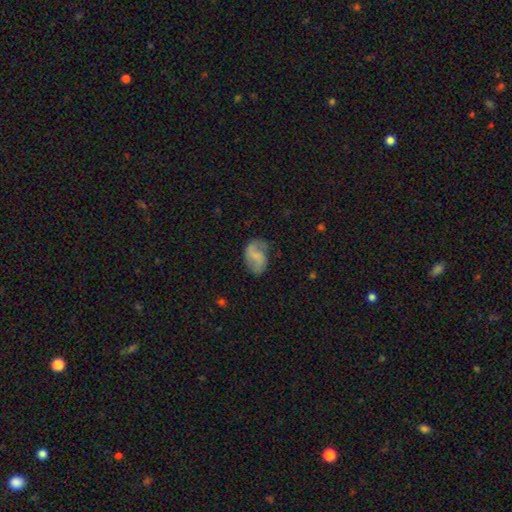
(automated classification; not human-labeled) Q: Smooth or featured?
A: featured or disk (56%); runner-up: smooth (36%)
Q: Edge-on disk?
A: no (97%); runner-up: yes (3%)
Q: Bar?
A: weak (46%); runner-up: no (37%)
Q: Spiral arms?
A: yes (87%); runner-up: no (13%)
Q: Bulge size?
A: none (50%); runner-up: small (32%)
Q: Merging?
A: none (64%); runner-up: minor disturbance (24%)